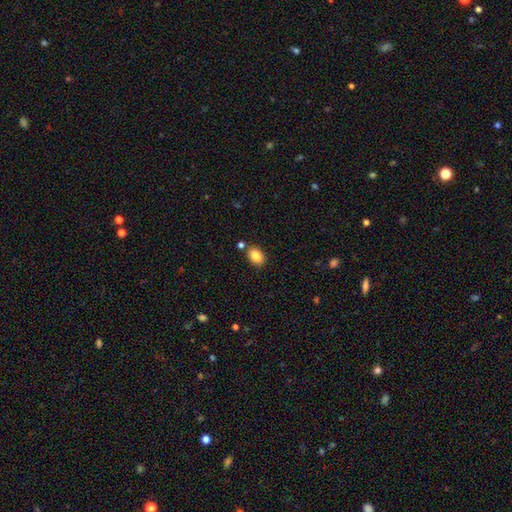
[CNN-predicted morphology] type=smooth (86%); roundness=in between (81%); merging=none (79%).